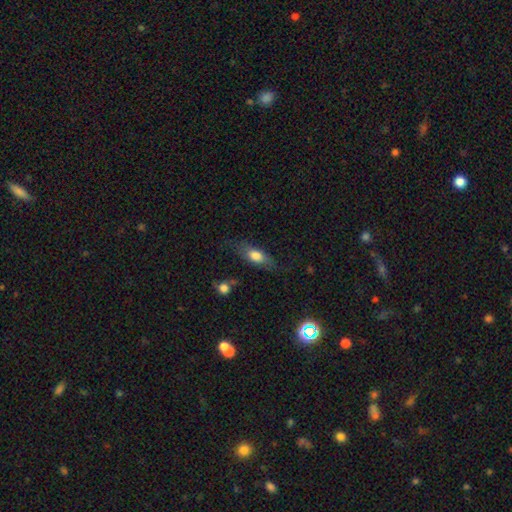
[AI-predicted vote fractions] Smooth or featured? smooth (69%)
How rounded? in between (70%)
Merging? none (66%)